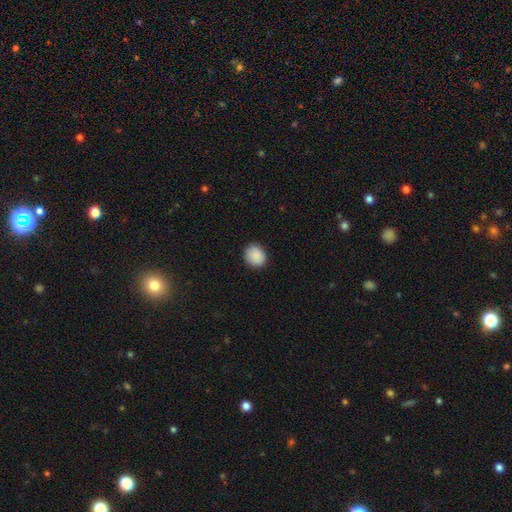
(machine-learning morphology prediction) smooth-or-featured: smooth: 89% | star or artifact: 7% | featured or disk: 4%
  how-rounded: round: 72% | in between: 27% | cigar-shaped: 1%
  merging: none: 86% | minor disturbance: 11% | major disturbance: 2% | merger: 1%